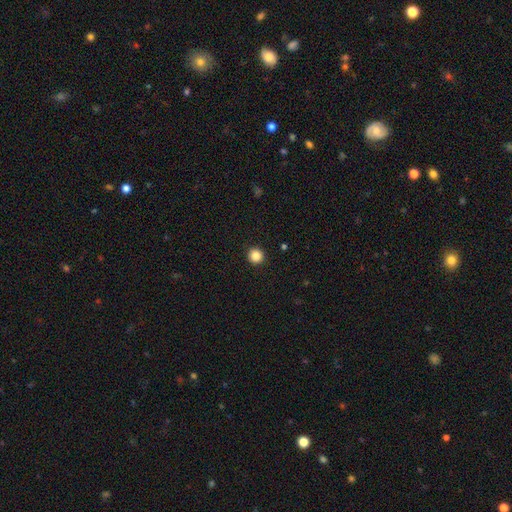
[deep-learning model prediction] Smooth or featured: smooth — 86% (star or artifact — 11%)
How rounded: round — 96% (in between — 3%)
Merging: none — 93% (minor disturbance — 4%)